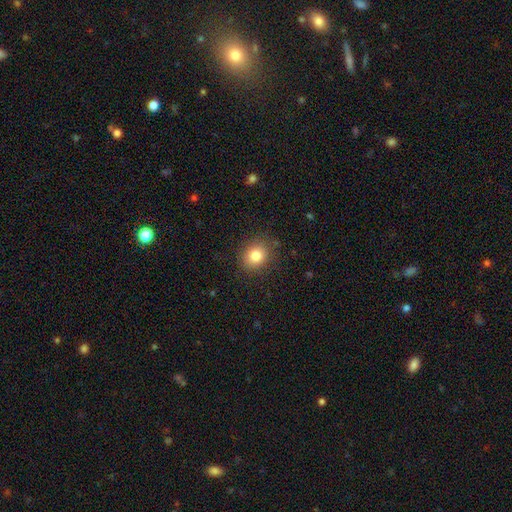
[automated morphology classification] Smooth or featured?
  - smooth: 82% *
  - star or artifact: 11%
  - featured or disk: 7%
How rounded?
  - round: 69% *
  - in between: 30%
  - cigar-shaped: 1%
Merging?
  - none: 85% *
  - minor disturbance: 11%
  - major disturbance: 3%
  - merger: 1%